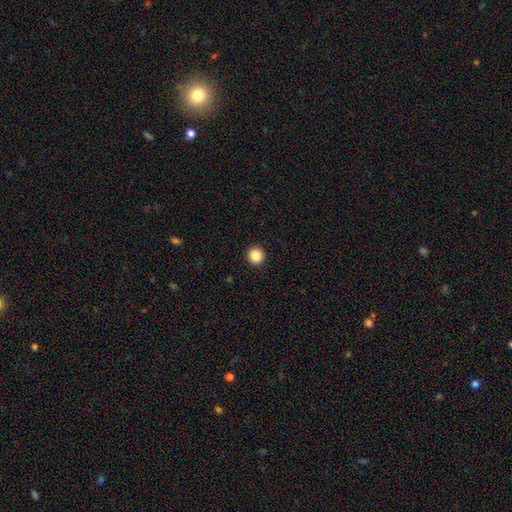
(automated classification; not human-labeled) The model was most divided on "smooth or featured": smooth: 87%, star or artifact: 10%, featured or disk: 3%. More confident: how rounded — round (95%); merging — none (94%).